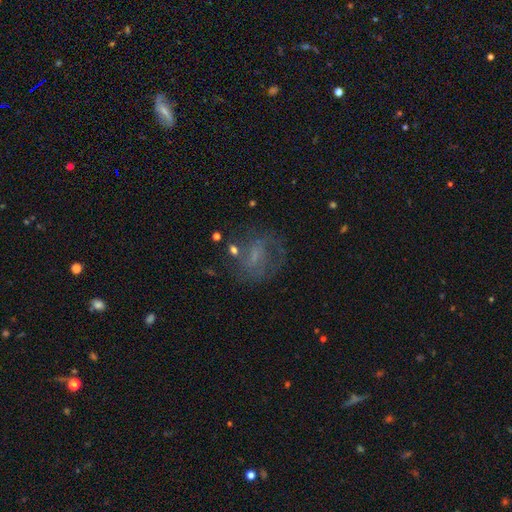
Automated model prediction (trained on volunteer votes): smooth-or-featured: featured or disk: 54% | smooth: 29% | star or artifact: 17%
  disk-edge-on: no: 96% | yes: 4%
    bar: weak: 44% | no: 42% | strong: 13%
    has-spiral-arms: yes: 67% | no: 33%
    bulge-size: small: 42% | none: 36% | moderate: 18% | large: 3% | dominant: 1%
  merging: none: 58% | major disturbance: 19% | minor disturbance: 19% | merger: 4%